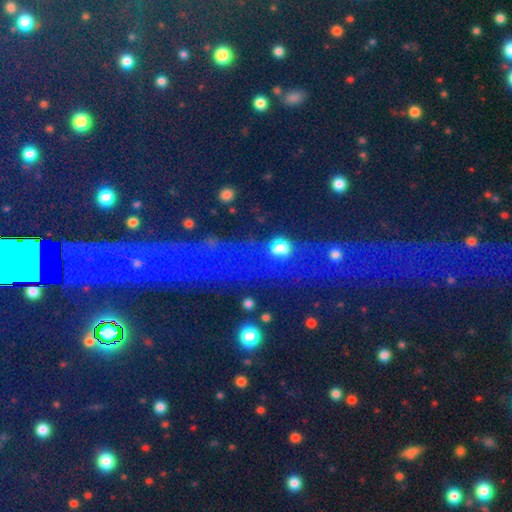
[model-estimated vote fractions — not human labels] Smooth or featured?
  - star or artifact: 78% *
  - smooth: 13%
  - featured or disk: 10%